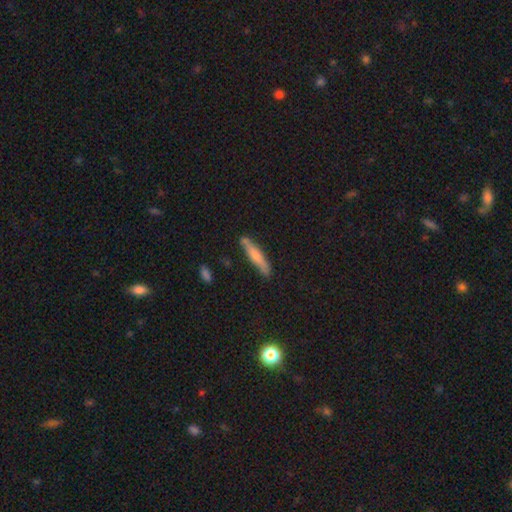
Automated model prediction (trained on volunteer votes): Smooth or featured? smooth (67%)
How rounded? cigar-shaped (90%)
Merging? none (79%)